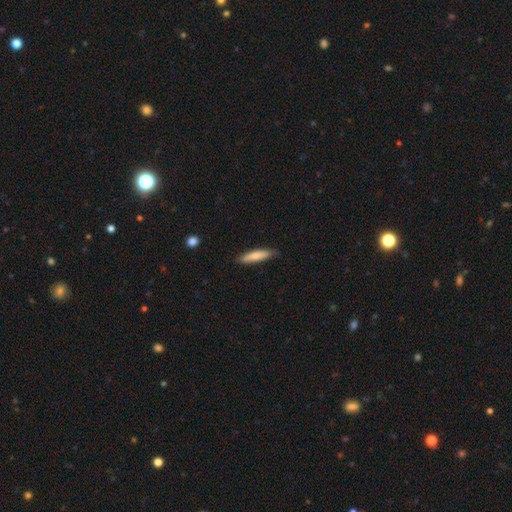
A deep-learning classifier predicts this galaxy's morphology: A smooth galaxy with no disk features (76%) that is cigar-shaped (81%). Merging: none (82%).